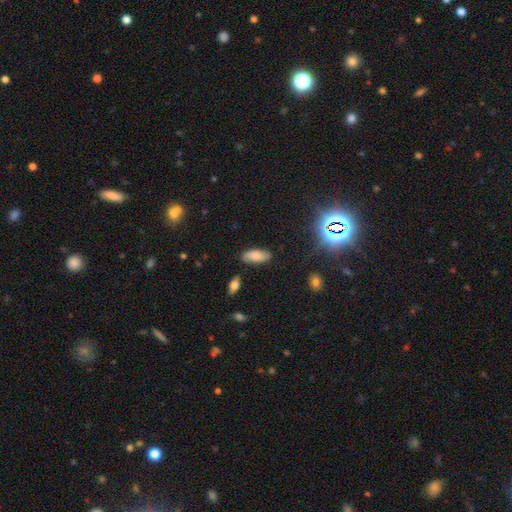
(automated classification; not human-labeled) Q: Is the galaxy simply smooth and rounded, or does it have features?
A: smooth — 78%.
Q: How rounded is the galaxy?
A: in between — 81%.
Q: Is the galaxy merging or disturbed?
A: none — 82%.